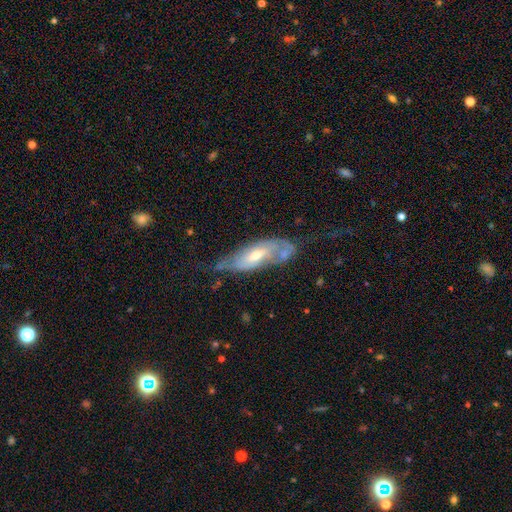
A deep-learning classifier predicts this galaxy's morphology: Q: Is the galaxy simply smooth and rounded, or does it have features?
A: featured or disk — 67%.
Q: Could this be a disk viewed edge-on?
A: no — 78%.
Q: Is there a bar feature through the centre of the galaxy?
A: no — 55%.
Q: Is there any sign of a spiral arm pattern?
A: yes — 66%.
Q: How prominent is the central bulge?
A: moderate — 63%.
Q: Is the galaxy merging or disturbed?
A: none — 46%.